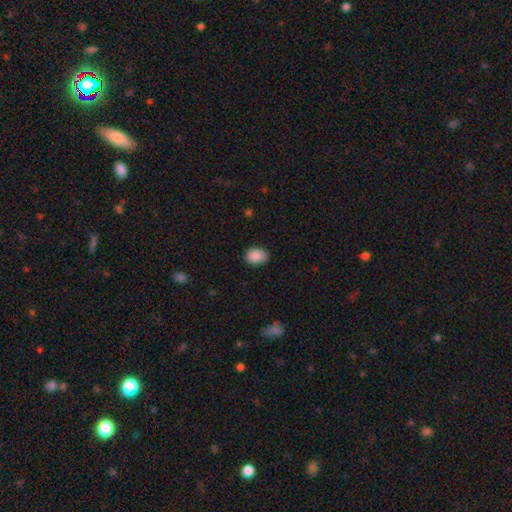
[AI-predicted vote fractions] A smooth galaxy with no disk features (90%) that is in between round and cigar-shaped (70%).

Vote fractions:
- Smooth or featured? smooth: 90% / star or artifact: 8% / featured or disk: 3%
- How rounded? in between: 70% / round: 29% / cigar-shaped: 1%
- Merging? none: 86% / minor disturbance: 11% / major disturbance: 2% / merger: 1%